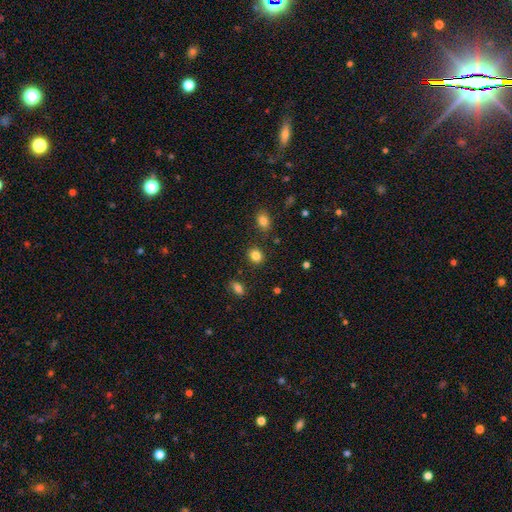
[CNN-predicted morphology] Smooth or featured? smooth (84%)
How rounded? round (67%)
Merging? none (86%)